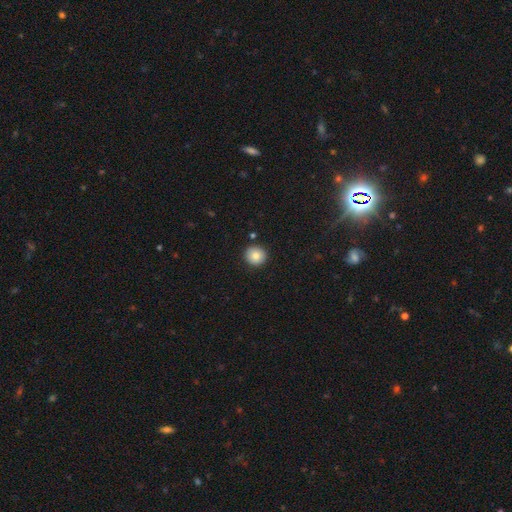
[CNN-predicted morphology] Smooth or featured?
  - smooth: 82% *
  - star or artifact: 10%
  - featured or disk: 8%
How rounded?
  - round: 93% *
  - in between: 6%
  - cigar-shaped: 1%
Merging?
  - none: 91% *
  - minor disturbance: 6%
  - merger: 2%
  - major disturbance: 2%